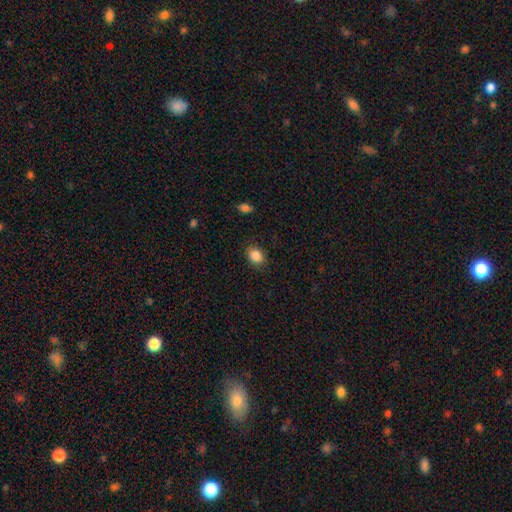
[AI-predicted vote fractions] Morphology: type=smooth (87%); roundness=in between (58%); merging=none (86%).